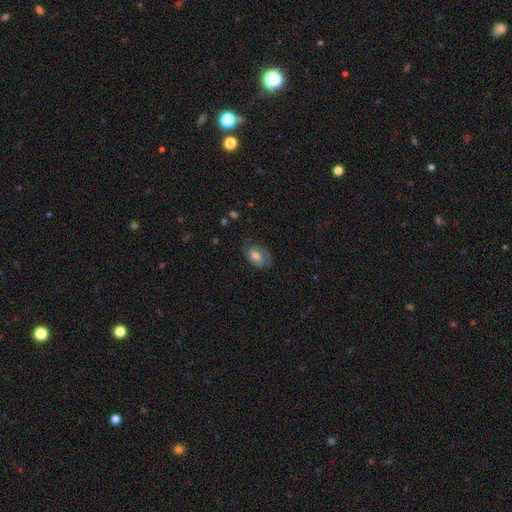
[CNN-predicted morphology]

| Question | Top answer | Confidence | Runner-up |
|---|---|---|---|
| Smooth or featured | smooth | 46% | tied: featured or disk (46%) |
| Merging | none | 67% | minor disturbance (22%) |